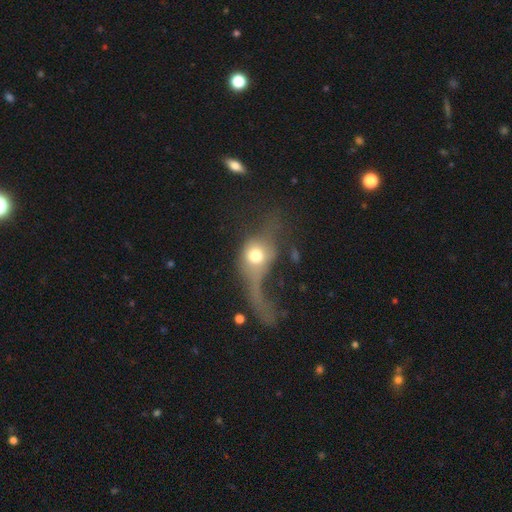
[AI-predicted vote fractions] This is possibly a smooth galaxy (55%). How rounded: possibly round (55%). Merging: likely major disturbance (62%).